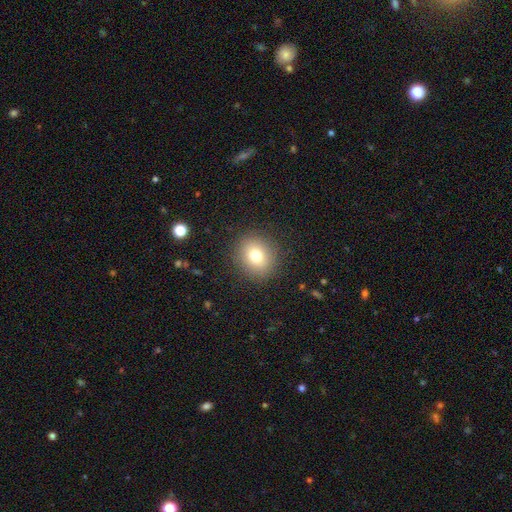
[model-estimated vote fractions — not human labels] Smooth or featured? Predicted: smooth (p=0.77). How rounded? Predicted: round (p=0.76). Merging? Predicted: none (p=0.88).